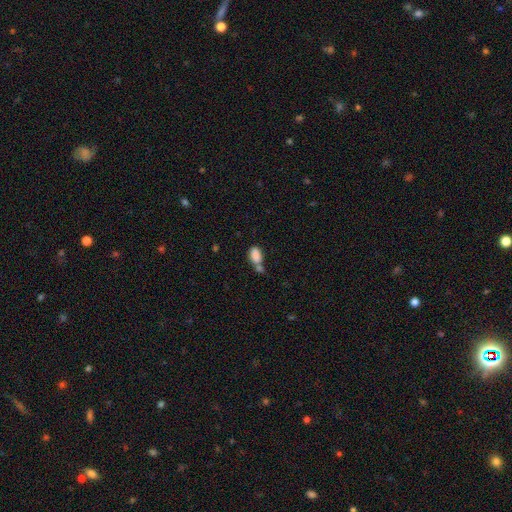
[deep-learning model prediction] A smooth galaxy with no disk features (84%) that is in between round and cigar-shaped (89%).

Vote fractions:
- Smooth or featured? smooth: 84% / star or artifact: 9% / featured or disk: 7%
- How rounded? in between: 89% / round: 9% / cigar-shaped: 2%
- Merging? merger: 50% / none: 32% / minor disturbance: 12% / major disturbance: 6%